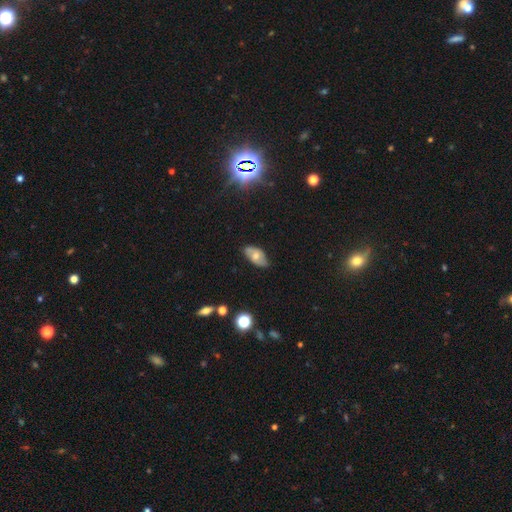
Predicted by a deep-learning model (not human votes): This appears to be a smooth galaxy with no disk features (55%) that is in between round and cigar-shaped (92%). Merging: none (73%).